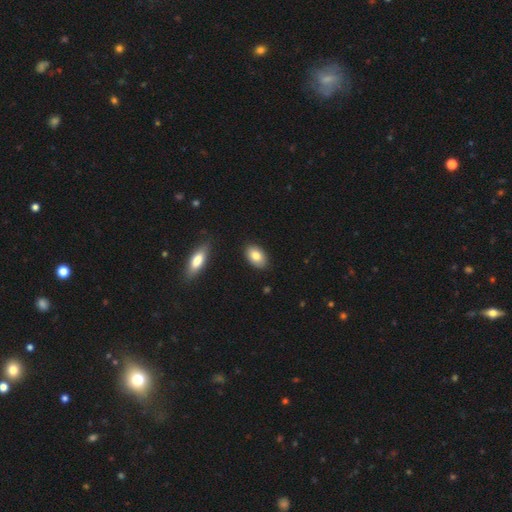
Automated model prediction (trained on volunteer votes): This is clearly a smooth galaxy (83%). How rounded: clearly in between (92%). Merging: clearly none (87%).